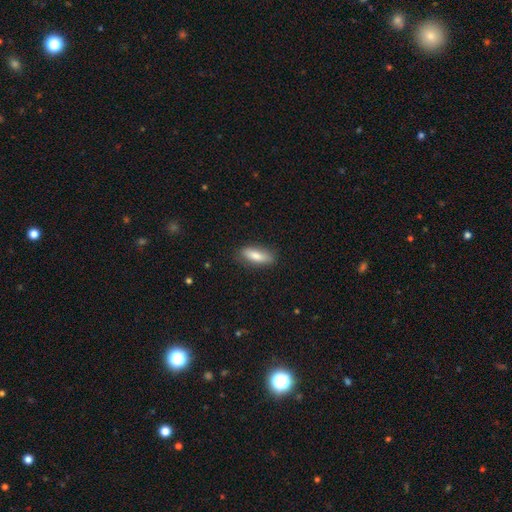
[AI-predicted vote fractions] A smooth galaxy with no disk features (79%) that is in between round and cigar-shaped (64%). Merging: none (82%).